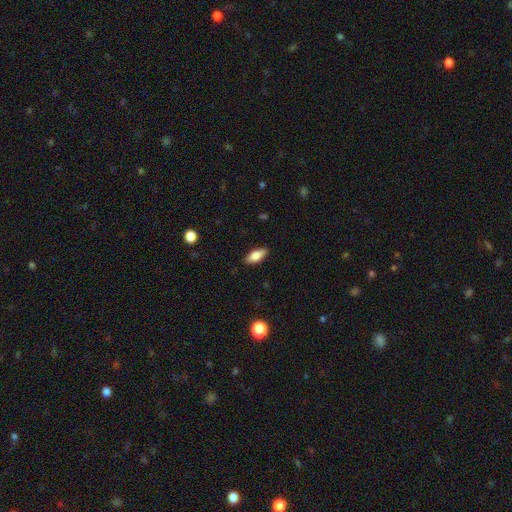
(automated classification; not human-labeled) Smooth or featured: smooth — 76% (featured or disk — 17%)
How rounded: in between — 81% (cigar-shaped — 16%)
Merging: none — 87% (minor disturbance — 10%)